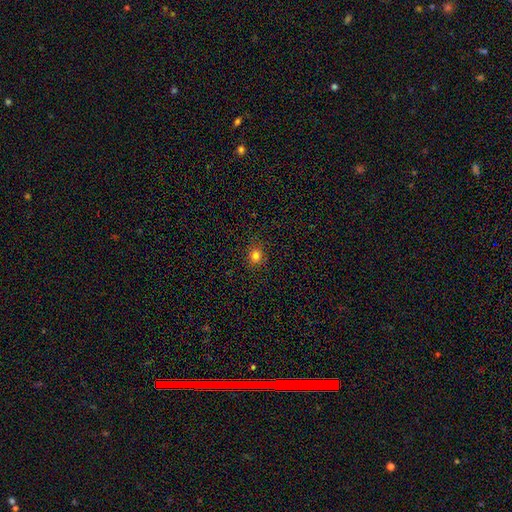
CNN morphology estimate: Q: Smooth or featured?
A: smooth (80%); runner-up: star or artifact (15%)
Q: How rounded?
A: round (78%); runner-up: in between (21%)
Q: Merging?
A: none (88%); runner-up: minor disturbance (9%)